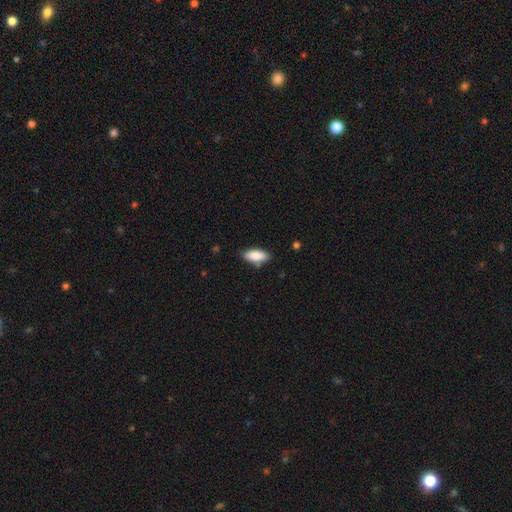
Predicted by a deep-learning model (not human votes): Smooth or featured: smooth — 87% (featured or disk — 7%)
How rounded: in between — 84% (cigar-shaped — 14%)
Merging: none — 80% (minor disturbance — 15%)